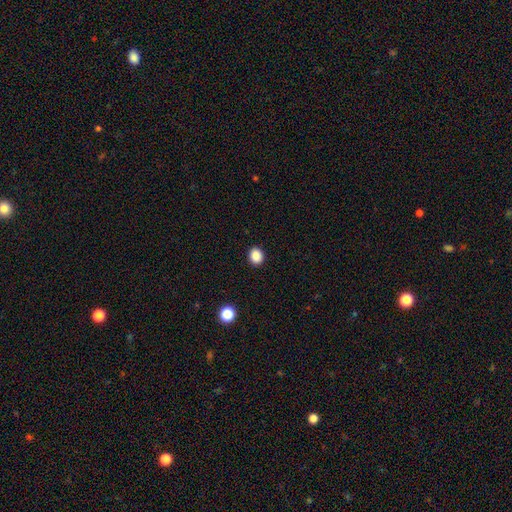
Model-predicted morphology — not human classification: Overall: smooth (88%). How rounded: round (64%; in between 35%). Merging: none (92%).